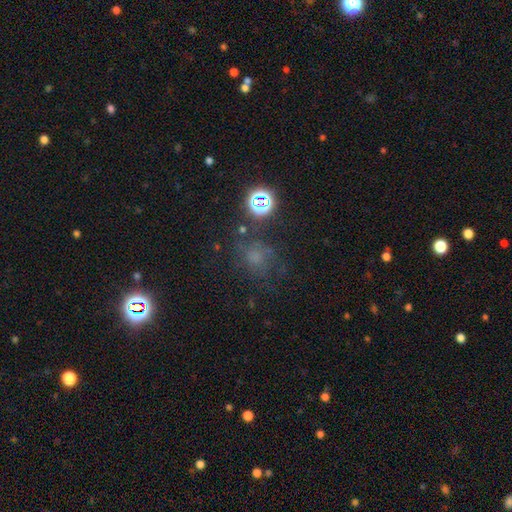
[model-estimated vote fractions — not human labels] Smooth or featured? Predicted: smooth (p=0.42). Merging? Predicted: none (p=0.66).